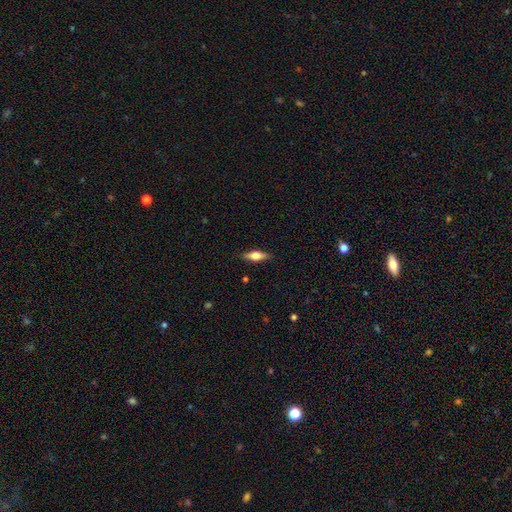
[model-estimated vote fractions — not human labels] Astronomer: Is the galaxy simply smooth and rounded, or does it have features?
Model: smooth — 59%.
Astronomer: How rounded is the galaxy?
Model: in between — 58% (runner-up: cigar-shaped, 39%).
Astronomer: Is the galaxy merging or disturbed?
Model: none — 85%.